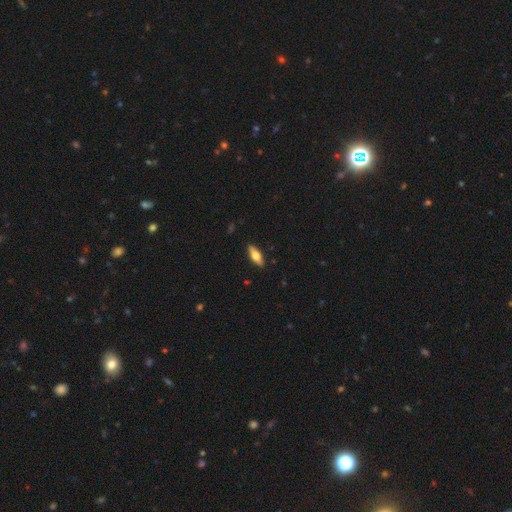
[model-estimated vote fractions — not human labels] This is possibly a smooth galaxy (53%). How rounded: likely in between (63%). Merging: clearly none (89%).